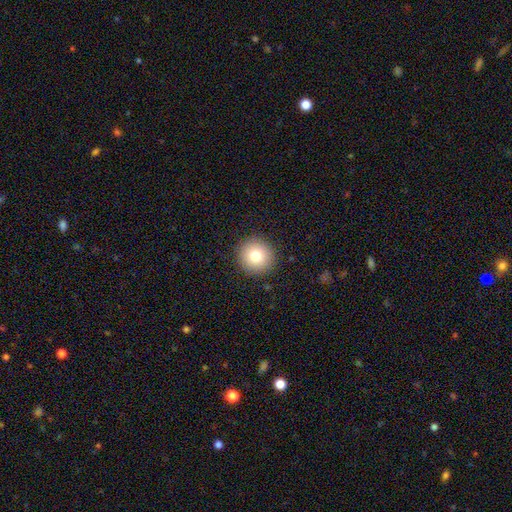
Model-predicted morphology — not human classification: Smooth or featured? smooth (78%)
How rounded? round (94%)
Merging? none (91%)